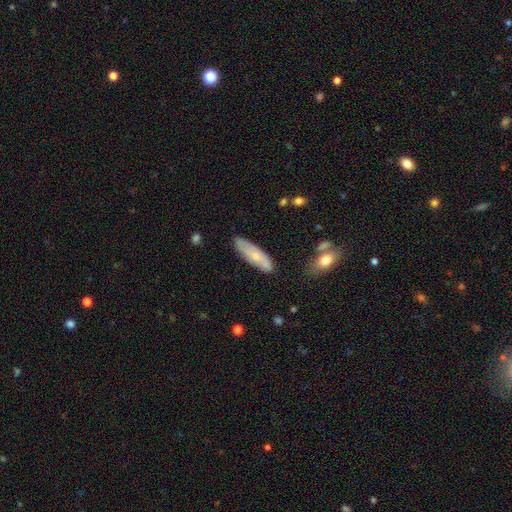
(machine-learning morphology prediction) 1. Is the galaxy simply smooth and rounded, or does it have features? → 56% smooth, 38% featured or disk, 6% star or artifact.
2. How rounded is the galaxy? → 55% cigar-shaped, 43% in between, 2% round.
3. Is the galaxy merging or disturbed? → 76% none, 18% minor disturbance, 4% major disturbance, 2% merger.